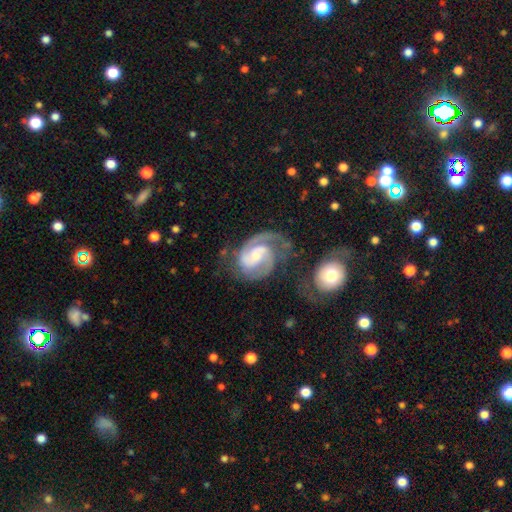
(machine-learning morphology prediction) Smooth or featured?
  - featured or disk: 89% *
  - smooth: 6%
  - star or artifact: 4%
Edge-on disk?
  - no: 98% *
  - yes: 2%
Bar?
  - no: 46% *
  - weak: 42%
  - strong: 12%
Spiral arms?
  - yes: 97% *
  - no: 3%
Spiral winding?
  - medium: 48% *
  - tight: 41%
  - loose: 12%
Spiral arm count?
  - 2: 74% *
  - 1: 9%
  - 3: 8%
  - can't tell: 6%
  - 4: 2%
  - more than 4: 2%
Bulge size?
  - small: 51% *
  - moderate: 43%
  - large: 3%
  - none: 2%
  - dominant: 1%
Merging?
  - none: 49% *
  - minor disturbance: 21%
  - major disturbance: 18%
  - merger: 12%